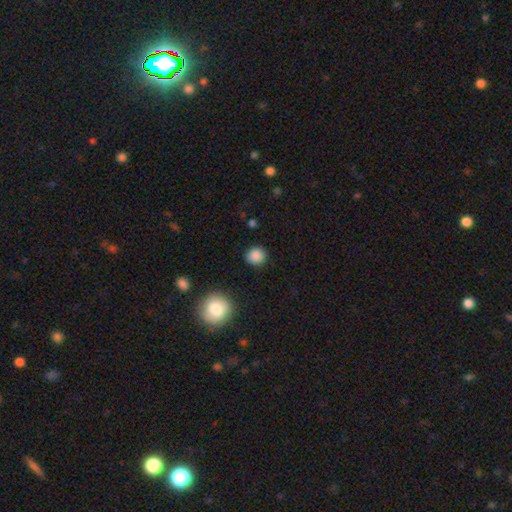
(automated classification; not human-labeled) Smooth or featured: smooth — 87% (star or artifact — 10%)
How rounded: round — 87% (in between — 12%)
Merging: none — 88% (minor disturbance — 8%)